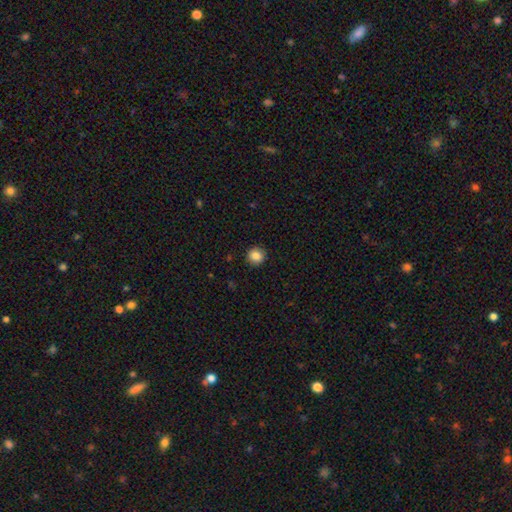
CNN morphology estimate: Smooth or featured?
  - smooth: 86% *
  - star or artifact: 10%
  - featured or disk: 4%
How rounded?
  - round: 93% *
  - in between: 6%
  - cigar-shaped: 1%
Merging?
  - none: 91% *
  - minor disturbance: 6%
  - major disturbance: 2%
  - merger: 1%